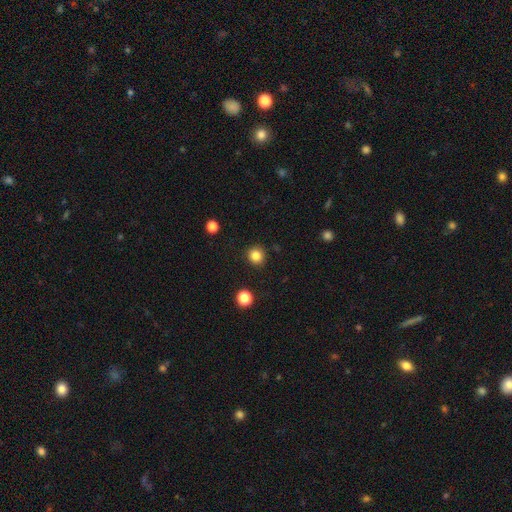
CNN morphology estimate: Smooth or featured? Predicted: smooth (p=0.84). How rounded? Predicted: round (p=0.92). Merging? Predicted: none (p=0.91).